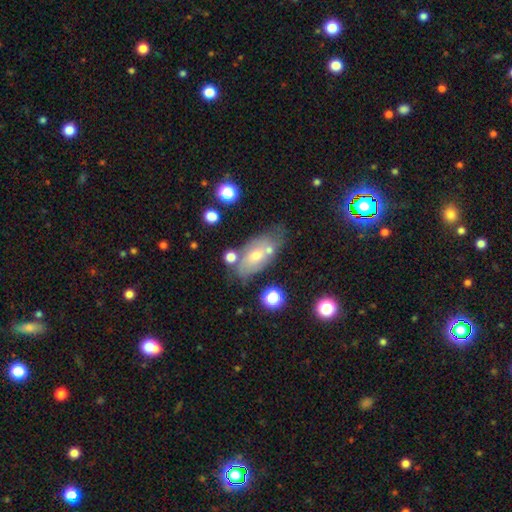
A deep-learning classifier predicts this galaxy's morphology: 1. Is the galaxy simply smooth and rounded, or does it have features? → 49% smooth, 41% featured or disk, 10% star or artifact.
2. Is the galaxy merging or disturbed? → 58% none, 21% minor disturbance, 13% merger, 8% major disturbance.